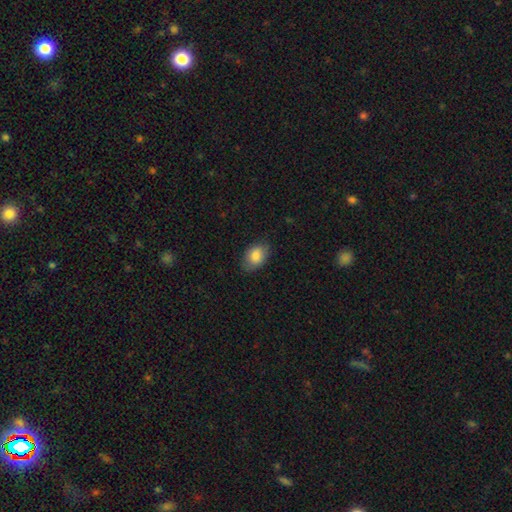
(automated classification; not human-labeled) This appears to be a smooth galaxy with no disk features (84%) that is in between round and cigar-shaped (82%). Merging: none (78%).